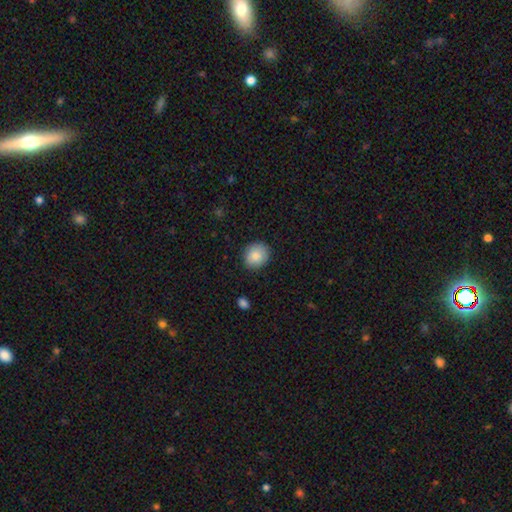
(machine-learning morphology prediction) This appears to be a smooth galaxy with no disk features (86%) that is round (74%). Merging: none (87%).